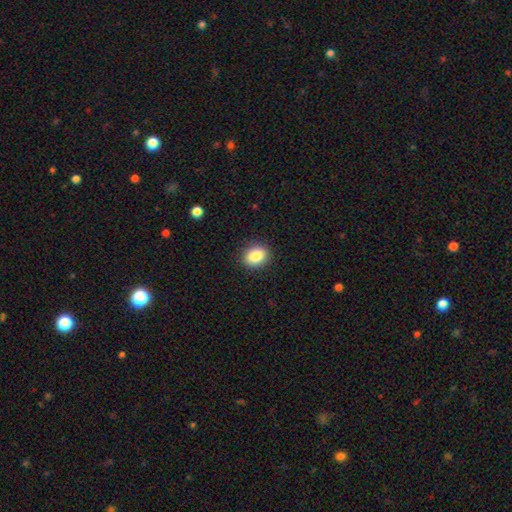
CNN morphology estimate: Smooth or featured? smooth (86%)
How rounded? in between (57%)
Merging? none (89%)